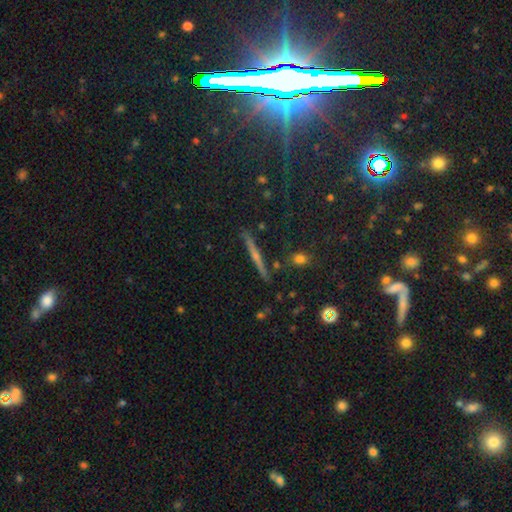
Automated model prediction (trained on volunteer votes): smooth-or-featured: featured or disk: 62% | smooth: 23% | star or artifact: 15%
  disk-edge-on: yes: 97% | no: 3%
    edge-on-bulge: rounded: 69% | none: 24% | boxy: 7%
  merging: none: 89% | minor disturbance: 7% | merger: 2% | major disturbance: 2%